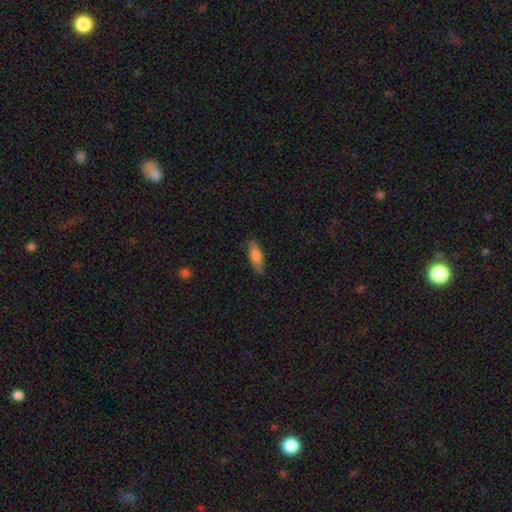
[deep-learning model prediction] Smooth or featured: smooth — 81% (featured or disk — 13%)
How rounded: in between — 70% (cigar-shaped — 28%)
Merging: none — 82% (minor disturbance — 14%)